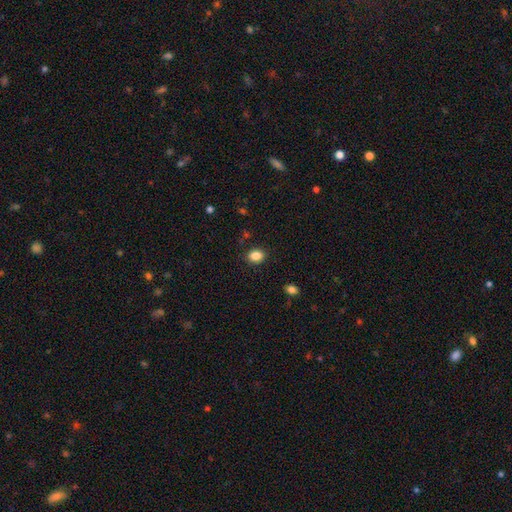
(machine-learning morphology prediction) A smooth galaxy with no disk features (86%) that is in between round and cigar-shaped (62%). Merging: none (87%).